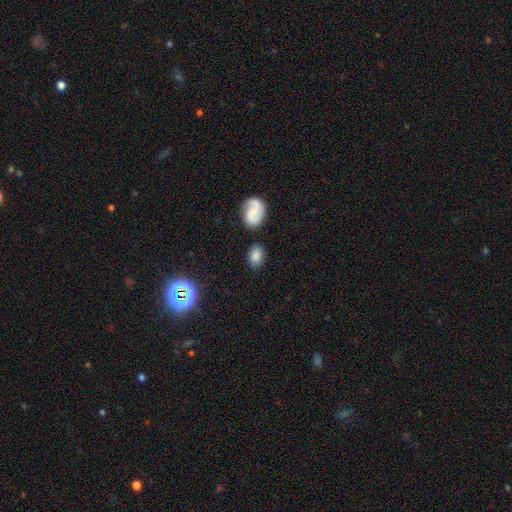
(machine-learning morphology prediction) A smooth galaxy with no disk features (78%) that is in between round and cigar-shaped (81%). Merging: none (76%).